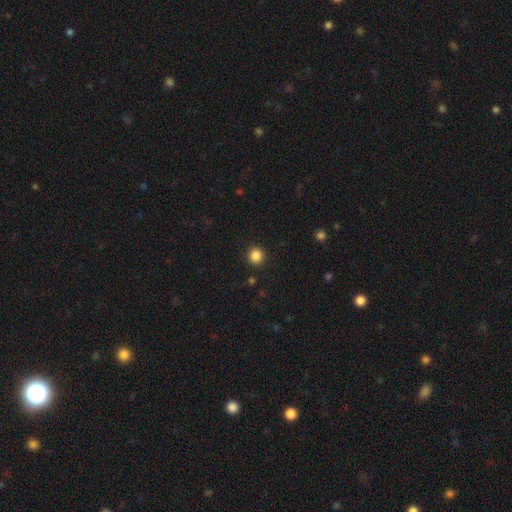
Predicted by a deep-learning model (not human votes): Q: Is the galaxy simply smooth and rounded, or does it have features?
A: smooth — 85%.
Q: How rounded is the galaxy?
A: round — 93%.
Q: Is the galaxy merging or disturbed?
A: none — 92%.